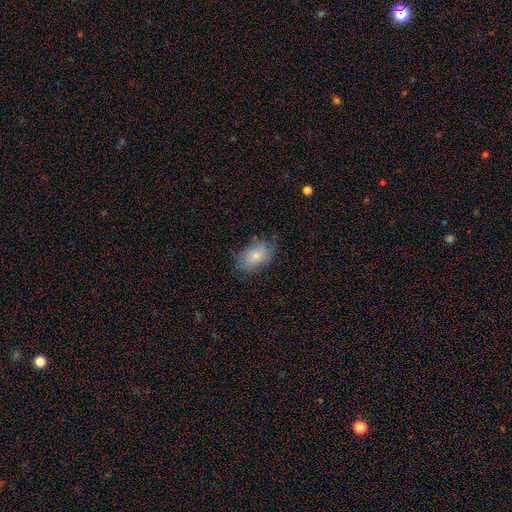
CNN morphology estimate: smooth_or_featured: smooth (p=0.77) [alt: featured or disk p=0.16]
how_rounded: in between (p=0.88) [alt: round p=0.11]
merging: none (p=0.69) [alt: minor disturbance p=0.23]